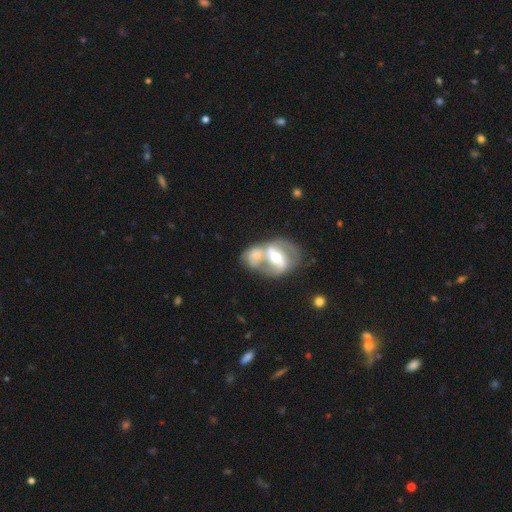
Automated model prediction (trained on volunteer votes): Smooth or featured: featured or disk — 65% (smooth — 29%)
Edge-on disk: no — 95% (yes — 5%)
Bar: strong — 36% (no — 32%)
Spiral arms: yes — 51% (no — 49%)
Bulge size: moderate — 68% (small — 20%)
Merging: merger — 63% (none — 21%)